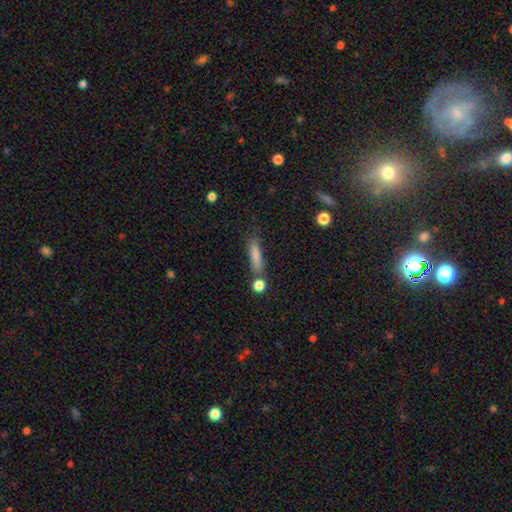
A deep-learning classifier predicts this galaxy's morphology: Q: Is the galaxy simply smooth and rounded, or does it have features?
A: smooth — 79%.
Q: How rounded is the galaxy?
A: cigar-shaped — 79%.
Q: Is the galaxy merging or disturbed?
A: none — 67%.